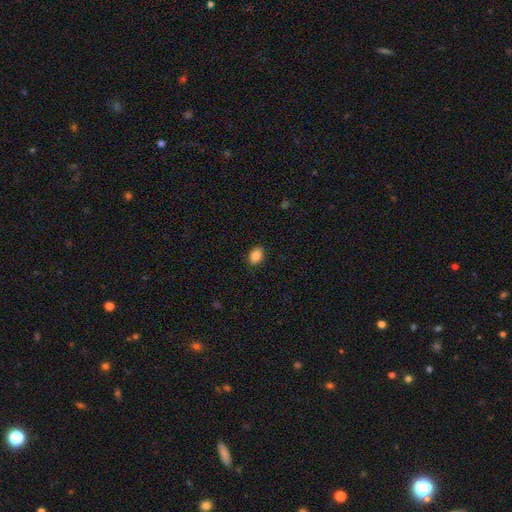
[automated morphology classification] The model was most divided on "how rounded": in between: 84%, round: 15%, cigar-shaped: 1%. More confident: merging — none (88%); smooth or featured — smooth (88%).